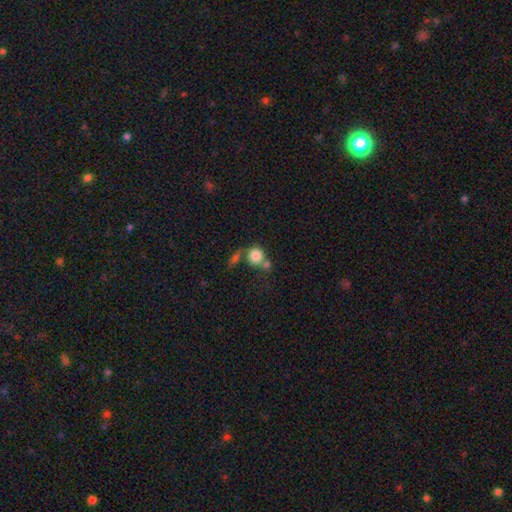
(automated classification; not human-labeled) Smooth or featured: smooth — 80% (featured or disk — 10%)
How rounded: round — 85% (in between — 14%)
Merging: merger — 40% (tied with none — 40%)